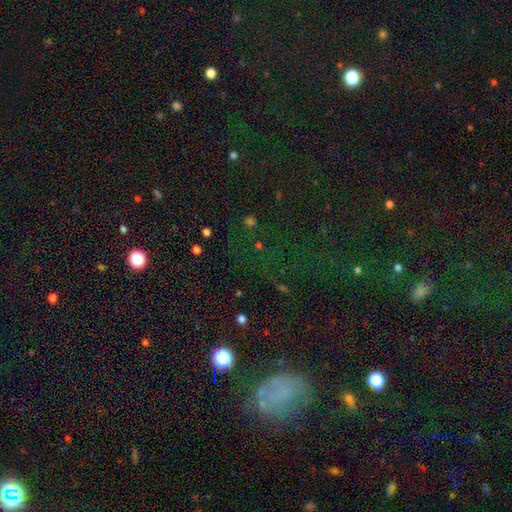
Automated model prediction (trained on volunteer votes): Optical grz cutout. It shows a star or artifact, not a galaxy (64%).